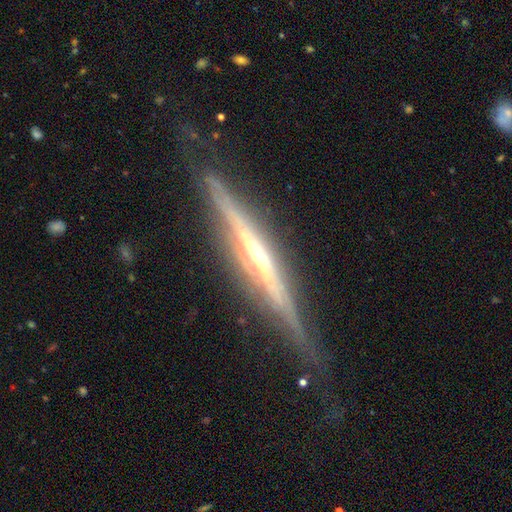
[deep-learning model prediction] Q: Smooth or featured?
A: featured or disk (86%); runner-up: smooth (9%)
Q: Edge-on disk?
A: yes (97%); runner-up: no (3%)
Q: Edge-on bulge?
A: rounded (71%); runner-up: none (22%)
Q: Merging?
A: none (78%); runner-up: minor disturbance (17%)